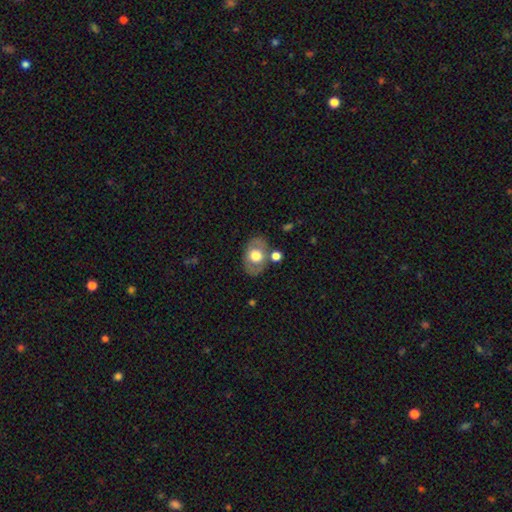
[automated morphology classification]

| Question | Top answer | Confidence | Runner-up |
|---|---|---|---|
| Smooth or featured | smooth | 51% | featured or disk (42%) |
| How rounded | in between | 72% | round (26%) |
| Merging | none | 72% | minor disturbance (14%) |